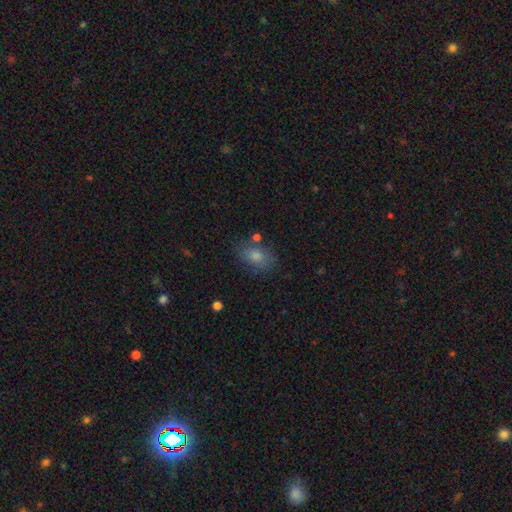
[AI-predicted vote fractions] smooth_or_featured: smooth (p=0.68) [alt: star or artifact p=0.17]
how_rounded: in between (p=0.77) [alt: round p=0.20]
merging: none (p=0.75) [alt: minor disturbance p=0.15]